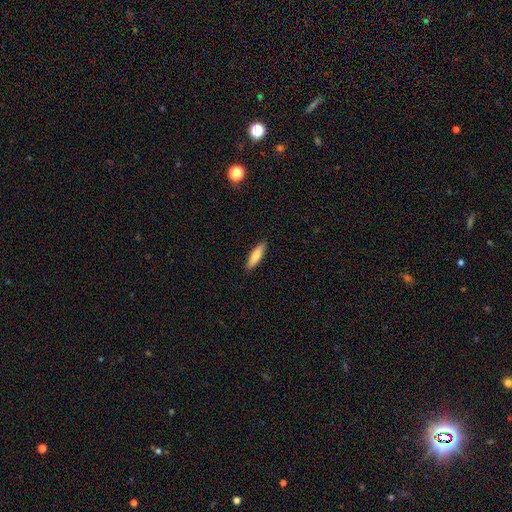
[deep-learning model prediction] A smooth galaxy with no disk features (74%) that is cigar-shaped (62%).

Vote fractions:
- Smooth or featured? smooth: 74% / featured or disk: 21% / star or artifact: 6%
- How rounded? cigar-shaped: 62% / in between: 36% / round: 2%
- Merging? none: 89% / minor disturbance: 9% / major disturbance: 2% / merger: 1%